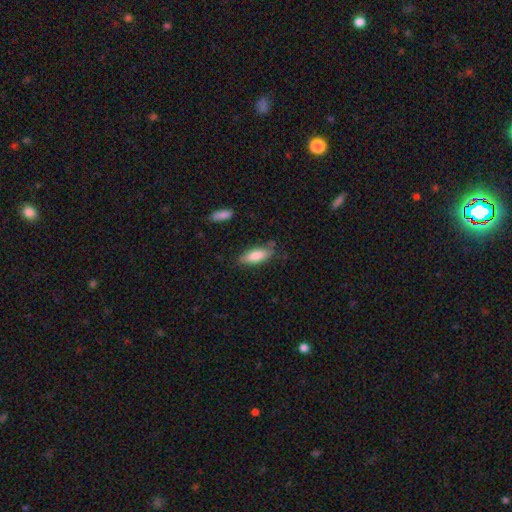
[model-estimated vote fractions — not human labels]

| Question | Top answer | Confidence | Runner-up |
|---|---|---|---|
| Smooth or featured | smooth | 80% | featured or disk (14%) |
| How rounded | in between | 65% | cigar-shaped (33%) |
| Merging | none | 72% | minor disturbance (20%) |